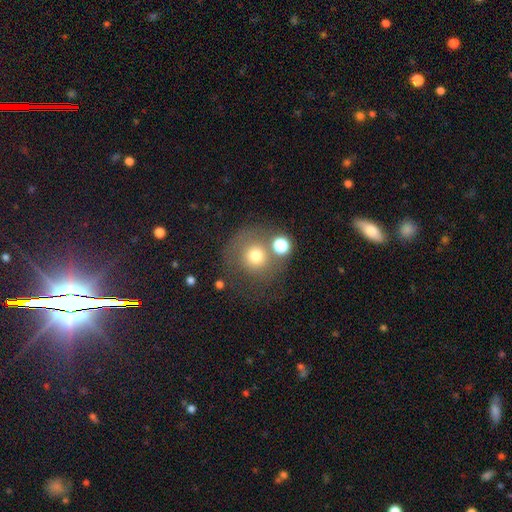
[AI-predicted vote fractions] smooth-or-featured: smooth: 70% | featured or disk: 16% | star or artifact: 13%
  how-rounded: round: 90% | in between: 9% | cigar-shaped: 1%
  merging: none: 56% | merger: 18% | minor disturbance: 15% | major disturbance: 11%